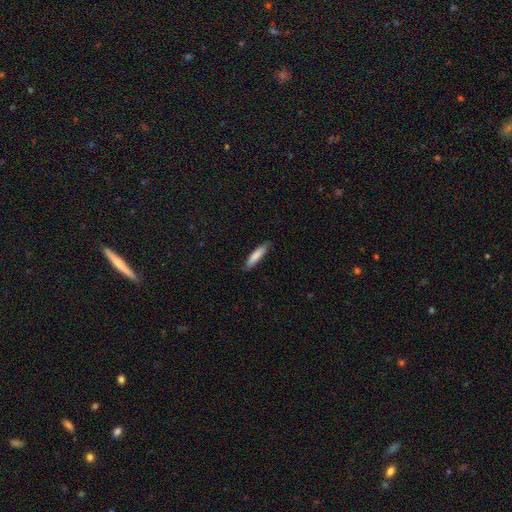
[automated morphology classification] This appears to be a smooth galaxy with no disk features (82%) that is cigar-shaped (81%). Merging: none (84%).